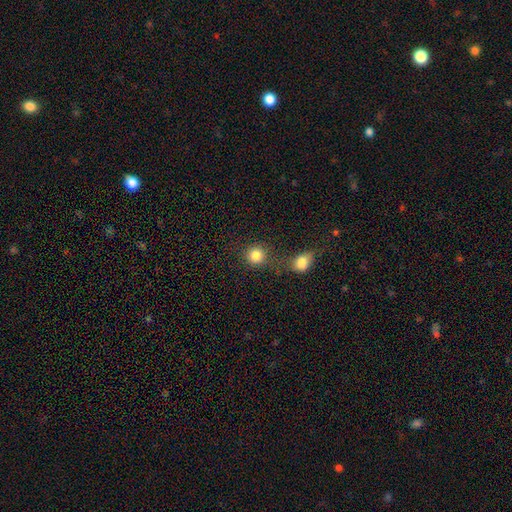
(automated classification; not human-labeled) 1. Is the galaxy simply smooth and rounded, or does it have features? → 84% smooth, 11% star or artifact, 6% featured or disk.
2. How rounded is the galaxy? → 88% round, 11% in between, 1% cigar-shaped.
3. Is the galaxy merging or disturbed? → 59% none, 27% merger, 8% minor disturbance, 5% major disturbance.